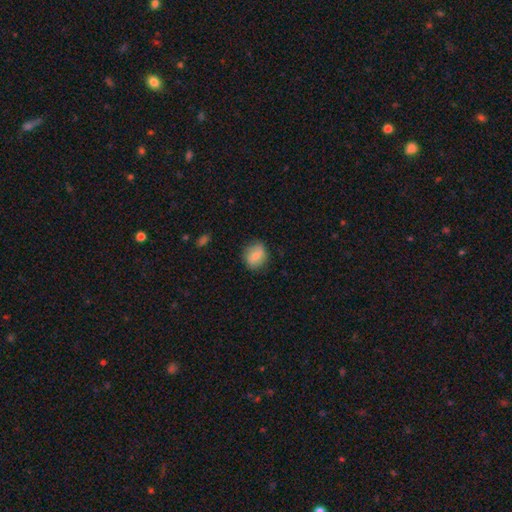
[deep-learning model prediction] This is likely a smooth galaxy (74%). How rounded: likely round (60%). Merging: clearly none (82%).